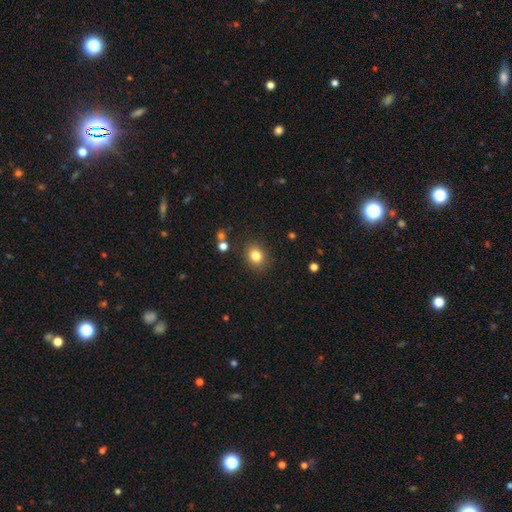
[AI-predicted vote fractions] smooth_or_featured: smooth (p=0.82) [alt: star or artifact p=0.11]
how_rounded: round (p=0.67) [alt: in between p=0.32]
merging: none (p=0.86) [alt: minor disturbance p=0.09]